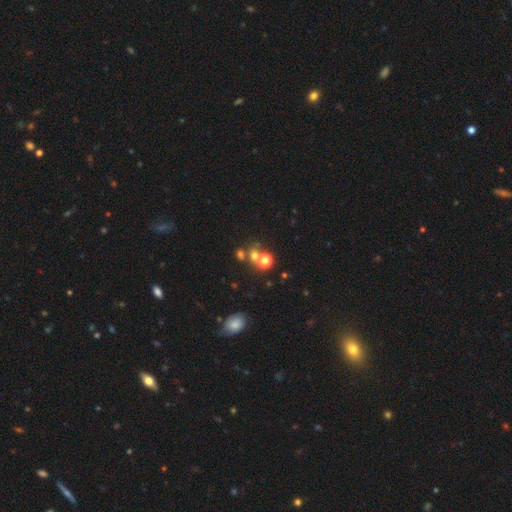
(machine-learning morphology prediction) Smooth or featured? Predicted: smooth (p=0.58). How rounded? Predicted: round (p=0.76). Merging? Predicted: none (p=0.52).